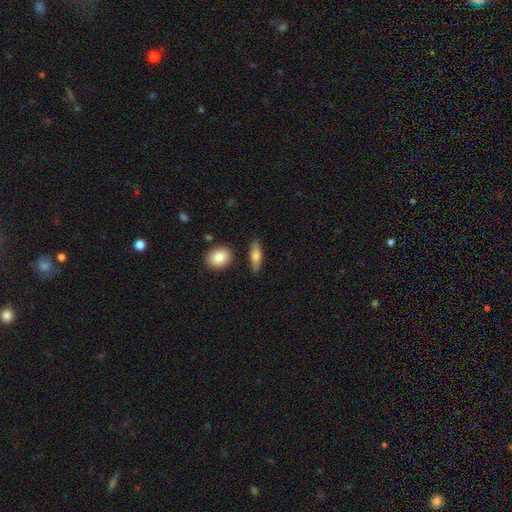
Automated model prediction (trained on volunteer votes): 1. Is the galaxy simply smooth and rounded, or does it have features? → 72% smooth, 21% featured or disk, 7% star or artifact.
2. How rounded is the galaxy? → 62% in between, 34% cigar-shaped, 5% round.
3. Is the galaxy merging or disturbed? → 78% none, 15% minor disturbance, 4% merger, 3% major disturbance.